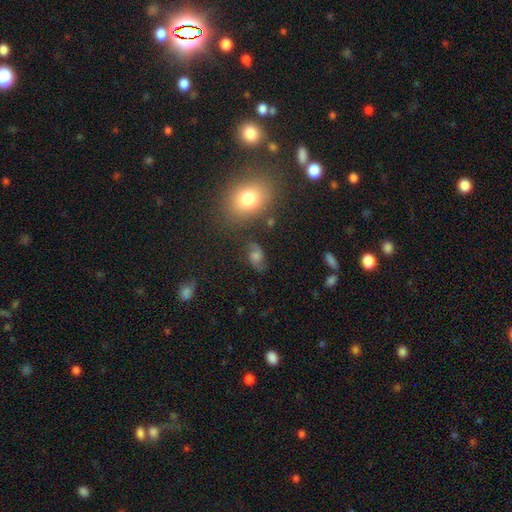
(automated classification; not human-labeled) A featured or disk galaxy (45%).

Vote fractions:
- Smooth or featured? featured or disk: 45% / smooth: 38% / star or artifact: 17%
- Merging? none: 70% / minor disturbance: 18% / major disturbance: 8% / merger: 4%